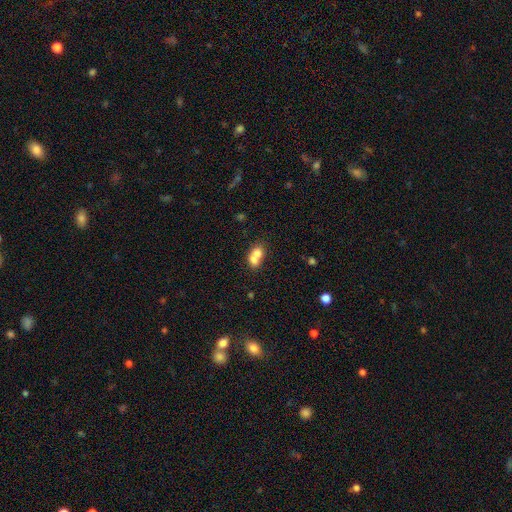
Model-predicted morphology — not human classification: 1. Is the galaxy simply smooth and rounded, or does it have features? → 69% smooth, 21% featured or disk, 10% star or artifact.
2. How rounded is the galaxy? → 51% round, 47% in between, 2% cigar-shaped.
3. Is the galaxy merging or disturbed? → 71% merger, 20% none, 6% minor disturbance, 3% major disturbance.